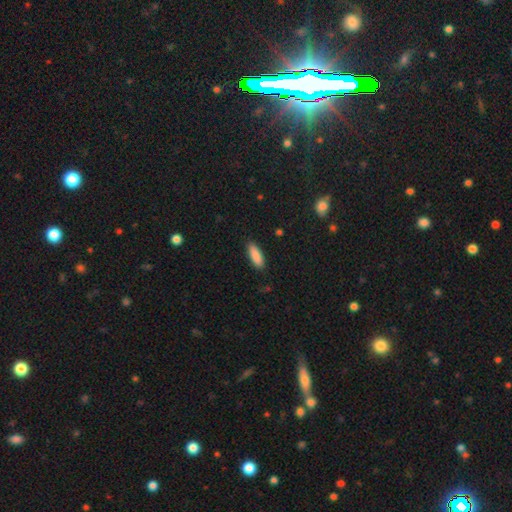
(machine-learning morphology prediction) A smooth galaxy with no disk features (89%) that is in between round and cigar-shaped (60%).

Vote fractions:
- Smooth or featured? smooth: 89% / star or artifact: 6% / featured or disk: 5%
- How rounded? in between: 60% / cigar-shaped: 39% / round: 2%
- Merging? none: 87% / minor disturbance: 10% / major disturbance: 2% / merger: 1%